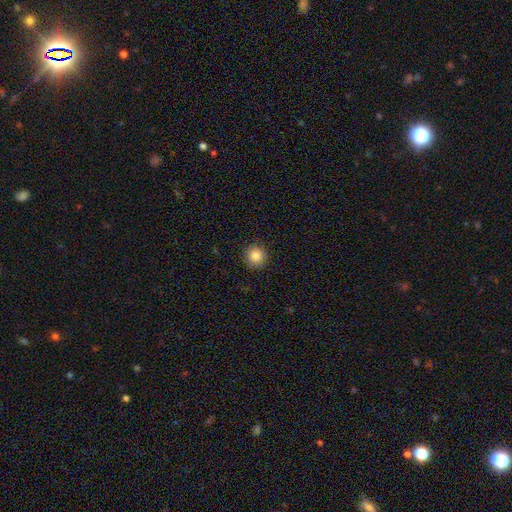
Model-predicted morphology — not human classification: type=smooth (85%); roundness=round (94%); merging=none (91%).